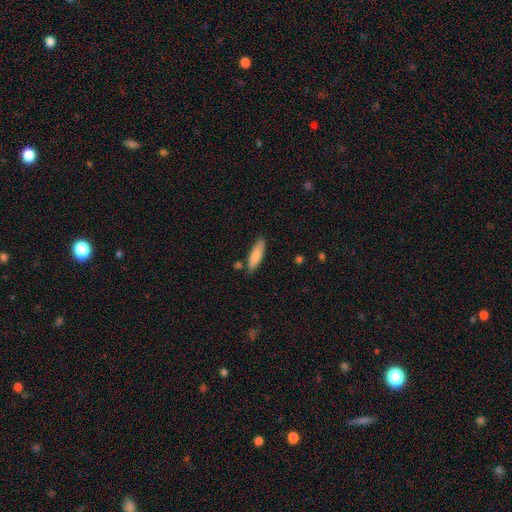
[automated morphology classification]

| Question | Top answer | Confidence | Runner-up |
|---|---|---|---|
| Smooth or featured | smooth | 83% | featured or disk (12%) |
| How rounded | cigar-shaped | 56% | in between (43%) |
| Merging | none | 79% | minor disturbance (14%) |